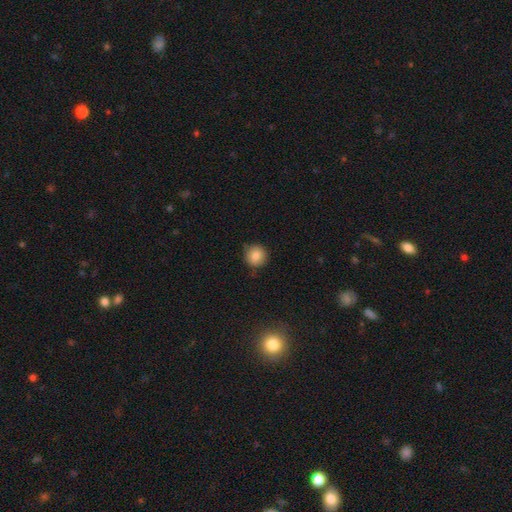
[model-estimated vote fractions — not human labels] smooth_or_featured: smooth (p=0.84) [alt: star or artifact p=0.09]
how_rounded: round (p=0.92) [alt: in between p=0.07]
merging: none (p=0.82) [alt: minor disturbance p=0.14]